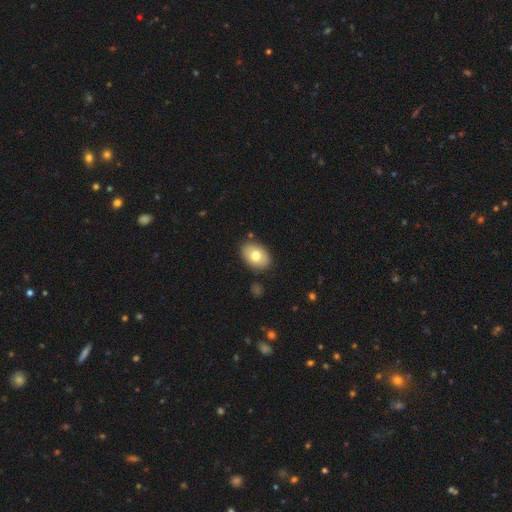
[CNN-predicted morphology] Smooth or featured? smooth (76%)
How rounded? in between (83%)
Merging? none (84%)